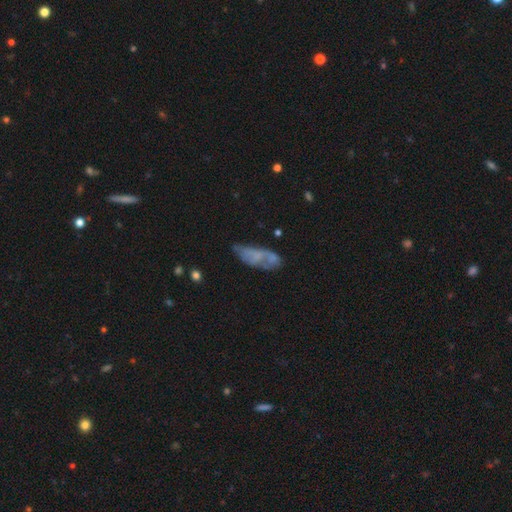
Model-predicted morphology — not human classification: smooth-or-featured: smooth: 49% | featured or disk: 41% | star or artifact: 10%
  merging: none: 42% | minor disturbance: 27% | major disturbance: 19% | merger: 12%